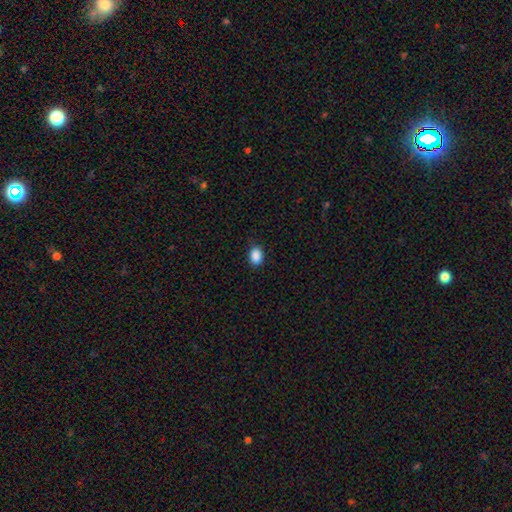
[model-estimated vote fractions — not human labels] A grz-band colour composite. It shows a smooth galaxy with no disk features (89%) that is in between round and cigar-shaped (75%). Merging: none (84%).